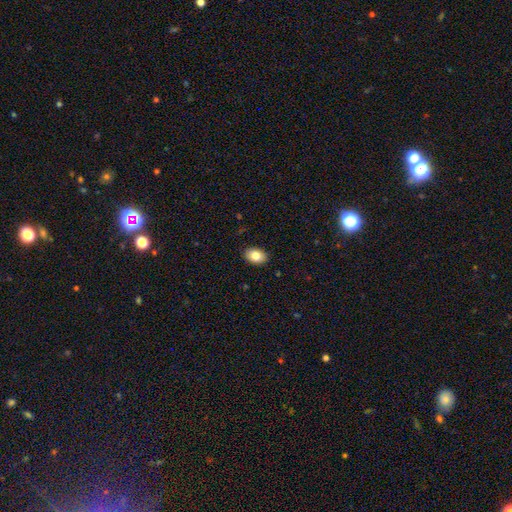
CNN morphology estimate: Q: Smooth or featured?
A: smooth (83%); runner-up: featured or disk (9%)
Q: How rounded?
A: in between (82%); runner-up: round (17%)
Q: Merging?
A: none (89%); runner-up: minor disturbance (8%)